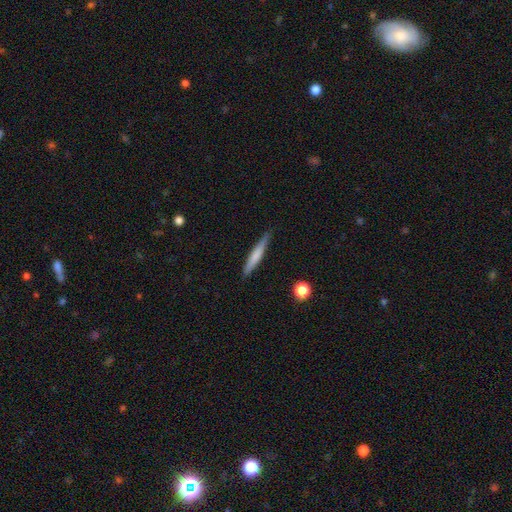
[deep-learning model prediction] Smooth or featured? smooth (64%)
How rounded? cigar-shaped (94%)
Merging? none (86%)